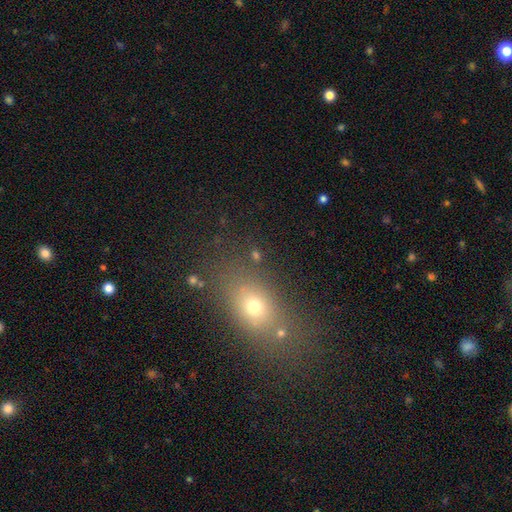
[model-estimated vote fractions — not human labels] The model was most divided on "how rounded": in between: 53%, round: 42%, cigar-shaped: 5%. More confident: merging — none (70%); smooth or featured — smooth (60%).